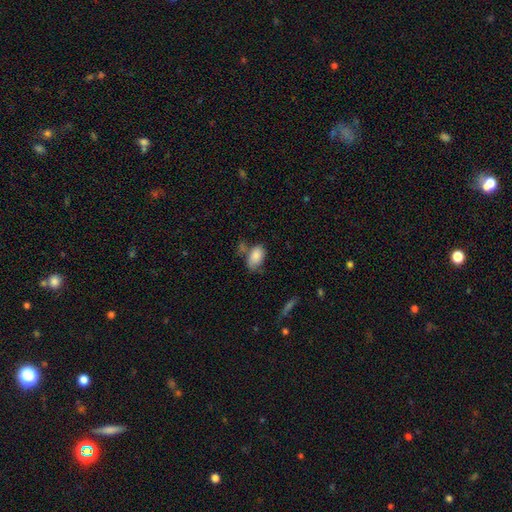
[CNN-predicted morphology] smooth 84%, featured or disk 8%, star or artifact 7%. Down the decision tree: how rounded — in between (92%); merging — none (52%).